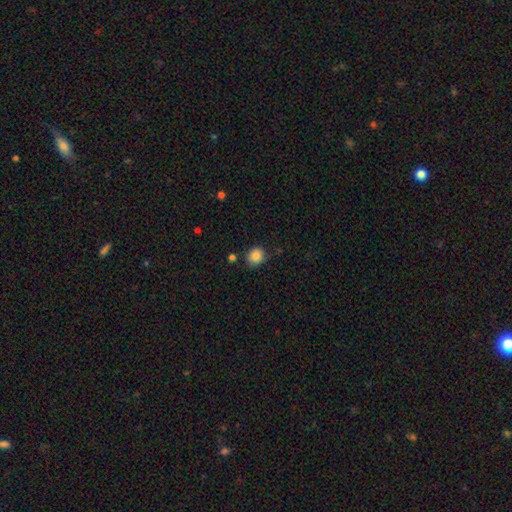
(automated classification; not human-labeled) smooth_or_featured: smooth (p=0.84) [alt: star or artifact p=0.10]
how_rounded: round (p=0.79) [alt: in between p=0.20]
merging: none (p=0.78) [alt: minor disturbance p=0.16]